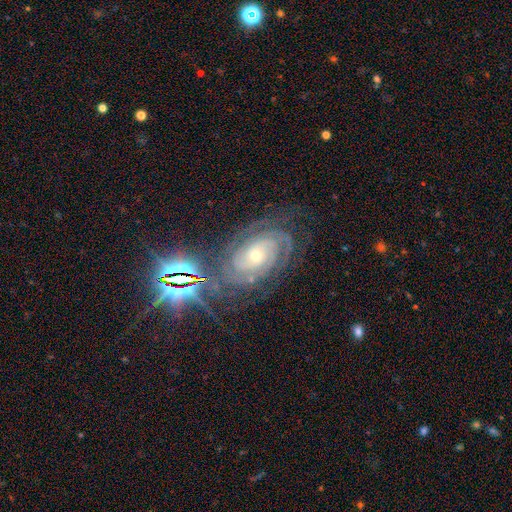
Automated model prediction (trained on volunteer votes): Smooth or featured: featured or disk — 79% (star or artifact — 16%)
Edge-on disk: no — 96% (yes — 4%)
Bar: no — 68% (weak — 21%)
Spiral arms: yes — 97% (no — 3%)
Spiral winding: tight — 80% (medium — 17%)
Spiral arm count: 2 — 33% (can't tell — 23%)
Bulge size: small — 56% (moderate — 41%)
Merging: none — 75% (minor disturbance — 15%)